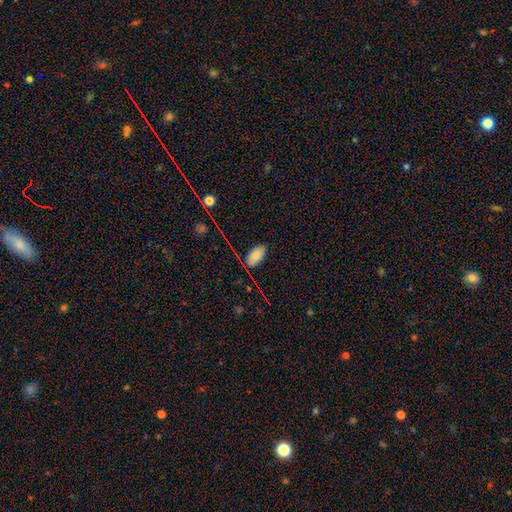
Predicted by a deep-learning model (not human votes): Q: Smooth or featured?
A: smooth (82%); runner-up: star or artifact (11%)
Q: How rounded?
A: in between (94%); runner-up: cigar-shaped (4%)
Q: Merging?
A: none (81%); runner-up: minor disturbance (14%)